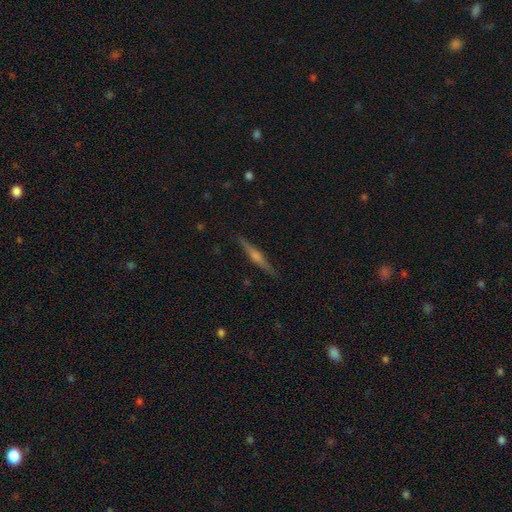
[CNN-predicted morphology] featured or disk 74%, smooth 20%, star or artifact 6%. Down the decision tree: edge-on disk — yes (98%); edge-on bulge — rounded (76%); merging — none (91%).